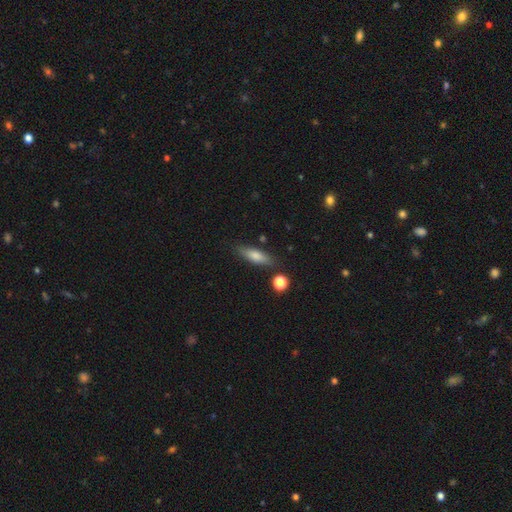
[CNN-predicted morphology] This is likely a smooth galaxy (72%). How rounded: possibly cigar-shaped (52%). Merging: clearly none (80%).